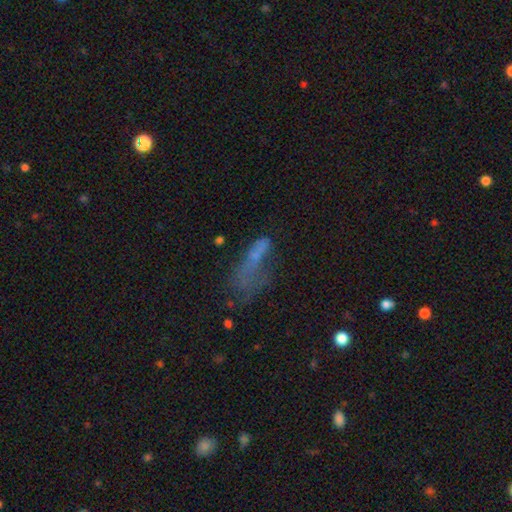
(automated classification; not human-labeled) This appears to be a smooth galaxy with no disk features (47%). Merging: major disturbance (43%).